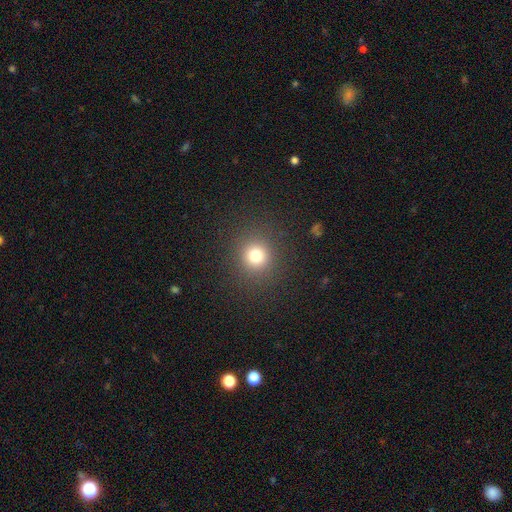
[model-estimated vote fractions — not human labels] A smooth galaxy with no disk features (76%) that is round (91%).

Vote fractions:
- Smooth or featured? smooth: 76% / star or artifact: 17% / featured or disk: 7%
- How rounded? round: 91% / in between: 8% / cigar-shaped: 1%
- Merging? none: 89% / minor disturbance: 6% / major disturbance: 3% / merger: 1%